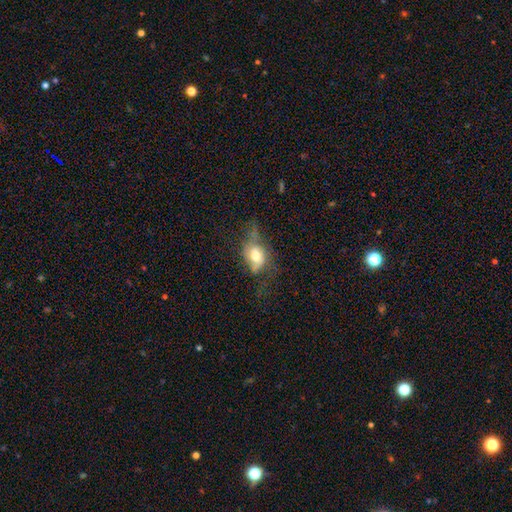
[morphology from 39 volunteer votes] Smooth or featured? 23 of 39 (59%) said smooth. How rounded? 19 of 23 (83%) said in between. Merging? 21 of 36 (58%) said major disturbance.